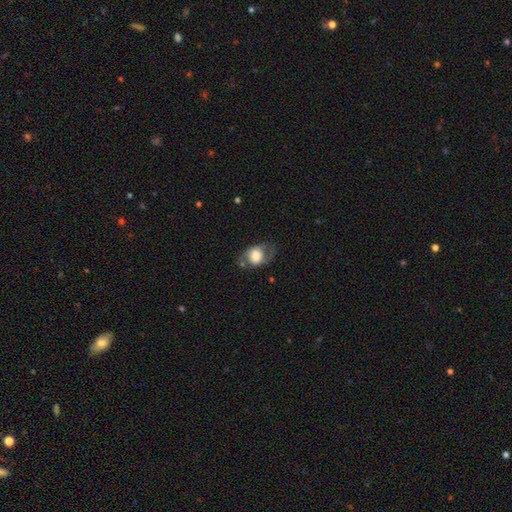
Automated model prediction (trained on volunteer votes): Overall: smooth (49%; featured or disk 43%). Merging: none (61%; minor disturbance 22%).